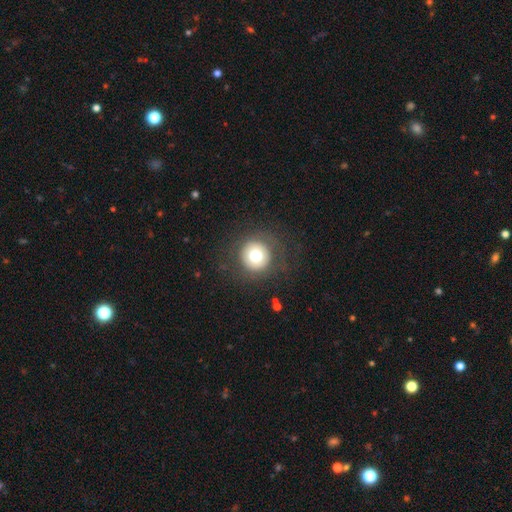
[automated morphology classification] smooth_or_featured: smooth (p=0.70) [alt: featured or disk p=0.19]
how_rounded: round (p=0.96) [alt: in between p=0.04]
merging: none (p=0.84) [alt: minor disturbance p=0.08]